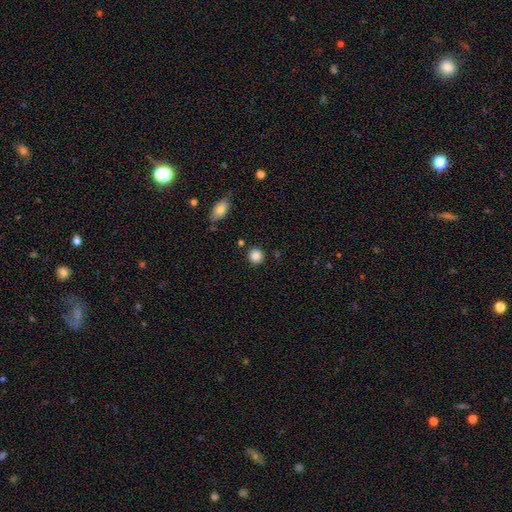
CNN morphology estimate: smooth-or-featured: smooth: 87% | star or artifact: 10% | featured or disk: 3%
  how-rounded: round: 90% | in between: 9% | cigar-shaped: 1%
  merging: none: 88% | minor disturbance: 7% | merger: 3% | major disturbance: 3%